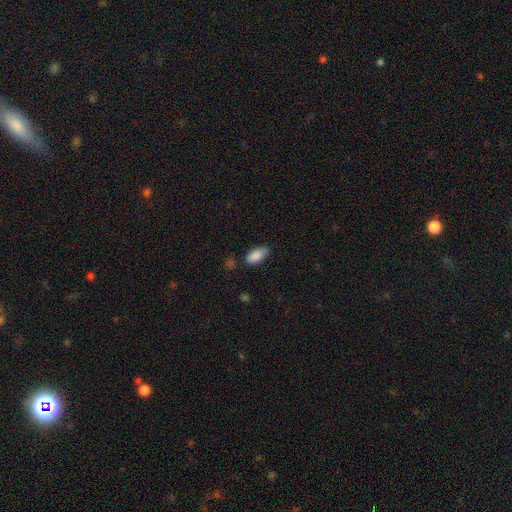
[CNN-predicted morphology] Smooth or featured?
  - smooth: 88% *
  - star or artifact: 7%
  - featured or disk: 6%
How rounded?
  - in between: 92% *
  - cigar-shaped: 6%
  - round: 2%
Merging?
  - none: 77% *
  - minor disturbance: 18%
  - major disturbance: 3%
  - merger: 2%